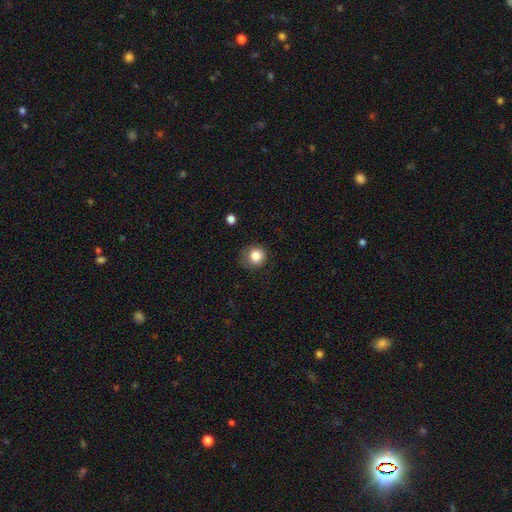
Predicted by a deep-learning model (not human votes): smooth 84%, star or artifact 10%, featured or disk 6%. Down the decision tree: how rounded — round (87%); merging — none (75%).